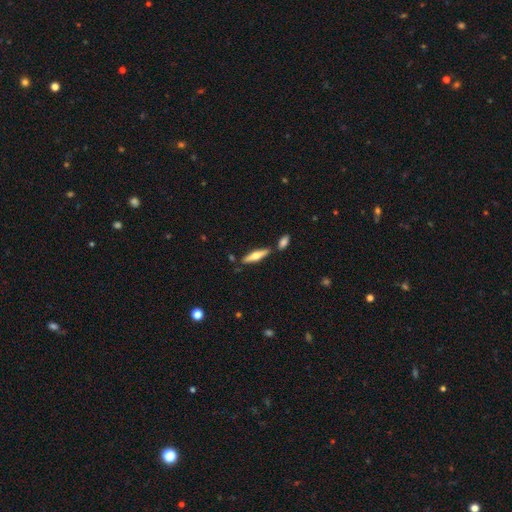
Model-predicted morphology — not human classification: The model was most divided on "smooth or featured": smooth: 48%, featured or disk: 46%, star or artifact: 6%. More confident: merging — none (78%).